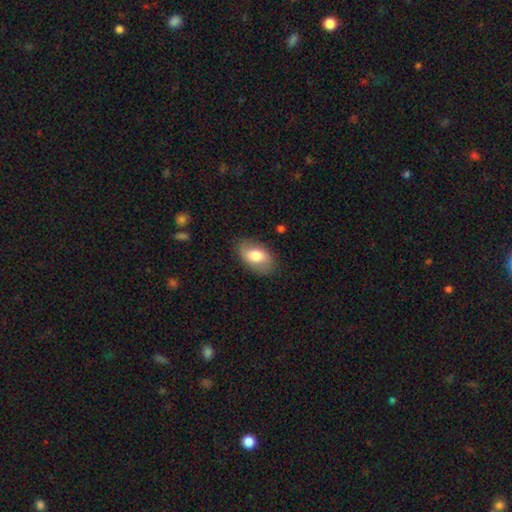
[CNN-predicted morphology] Smooth or featured? Predicted: smooth (p=0.72). How rounded? Predicted: in between (p=0.91). Merging? Predicted: none (p=0.79).